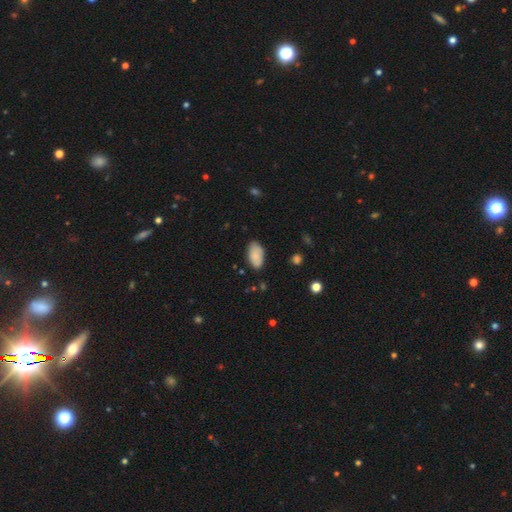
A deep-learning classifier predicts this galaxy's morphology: Smooth or featured? Predicted: smooth (p=0.85). How rounded? Predicted: in between (p=0.95). Merging? Predicted: none (p=0.80).